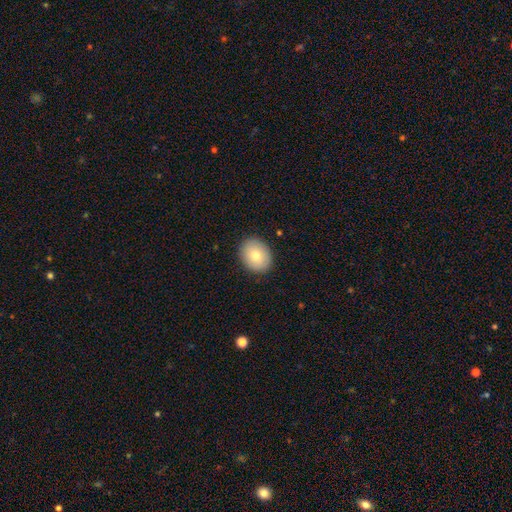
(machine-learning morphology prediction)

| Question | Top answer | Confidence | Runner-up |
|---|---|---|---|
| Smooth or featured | smooth | 77% | featured or disk (15%) |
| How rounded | in between | 54% | round (46%) |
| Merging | none | 89% | minor disturbance (8%) |